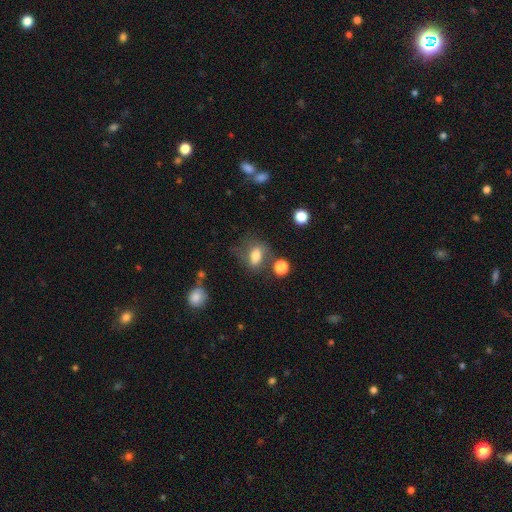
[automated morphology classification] Q: Smooth or featured?
A: smooth (66%); runner-up: featured or disk (23%)
Q: How rounded?
A: in between (75%); runner-up: round (21%)
Q: Merging?
A: none (50%); runner-up: minor disturbance (23%)